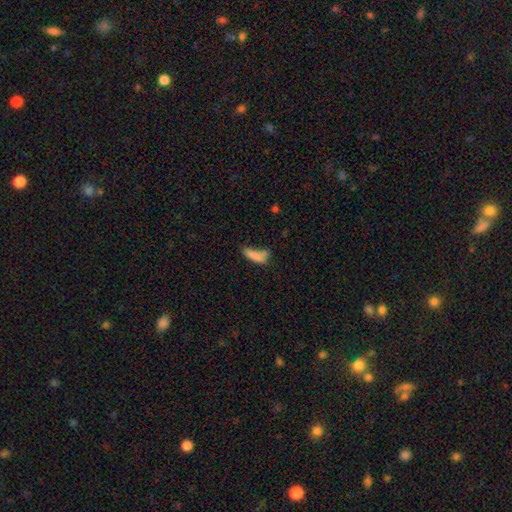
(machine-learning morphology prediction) Overall: smooth (79%). How rounded: cigar-shaped (49%; in between 48%). Merging: none (38%; minor disturbance 28%).